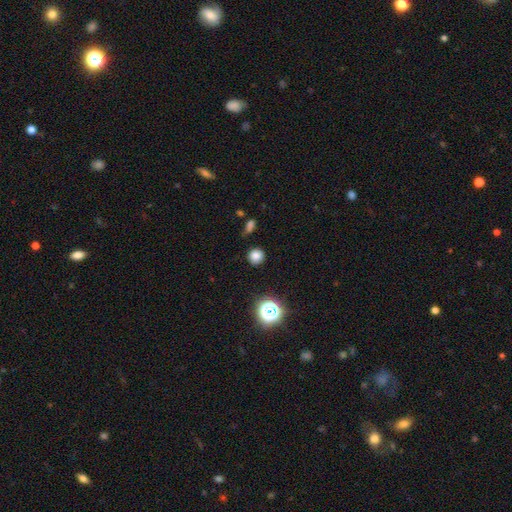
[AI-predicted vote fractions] Smooth or featured: smooth — 79% (star or artifact — 16%)
How rounded: round — 90% (in between — 9%)
Merging: none — 85% (minor disturbance — 9%)